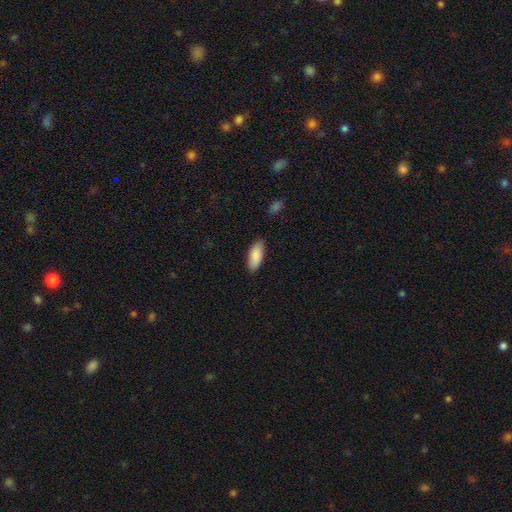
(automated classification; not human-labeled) A smooth galaxy with no disk features (88%) that is in between round and cigar-shaped (82%).

Vote fractions:
- Smooth or featured? smooth: 88% / featured or disk: 6% / star or artifact: 6%
- How rounded? in between: 82% / cigar-shaped: 17% / round: 2%
- Merging? none: 85% / minor disturbance: 11% / major disturbance: 2% / merger: 1%